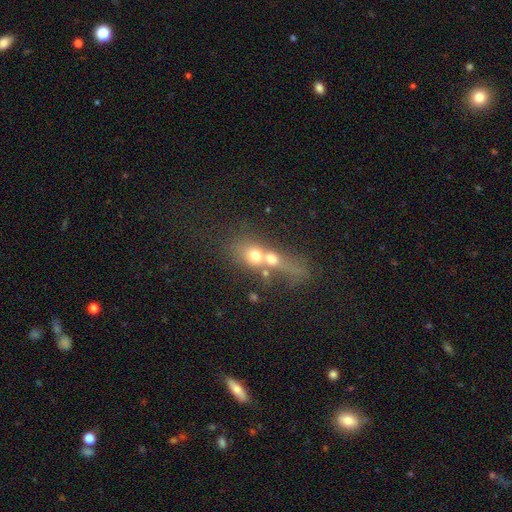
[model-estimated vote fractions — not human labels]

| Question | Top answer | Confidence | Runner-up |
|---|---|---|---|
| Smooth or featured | smooth | 58% | featured or disk (29%) |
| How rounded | round | 54% | in between (36%) |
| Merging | merger | 72% | none (14%) |